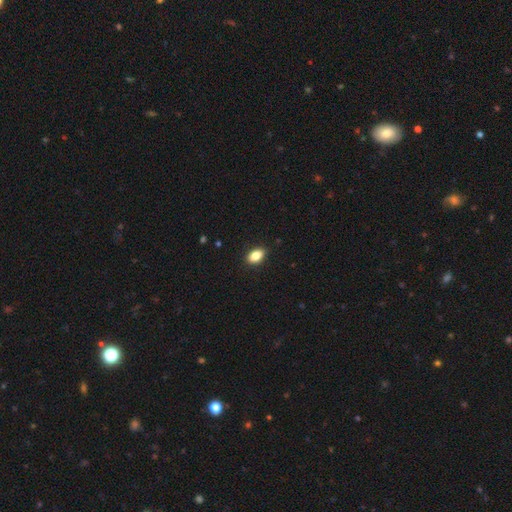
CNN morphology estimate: Smooth or featured?
  - smooth: 85% *
  - star or artifact: 8%
  - featured or disk: 7%
How rounded?
  - in between: 88% *
  - round: 9%
  - cigar-shaped: 3%
Merging?
  - none: 89% *
  - minor disturbance: 8%
  - major disturbance: 2%
  - merger: 1%